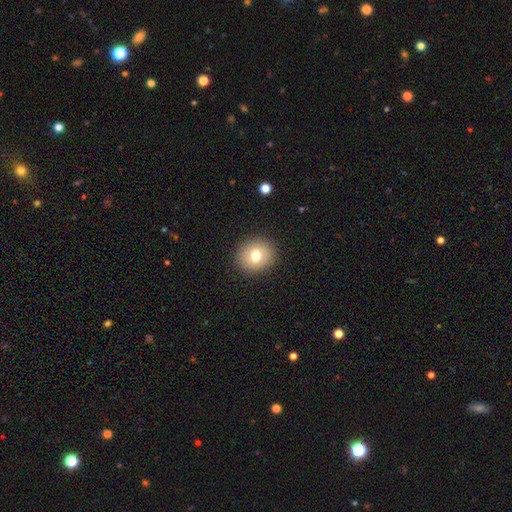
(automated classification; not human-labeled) smooth_or_featured: smooth (p=0.74) [alt: featured or disk p=0.15]
how_rounded: round (p=0.81) [alt: in between p=0.18]
merging: none (p=0.90) [alt: minor disturbance p=0.07]